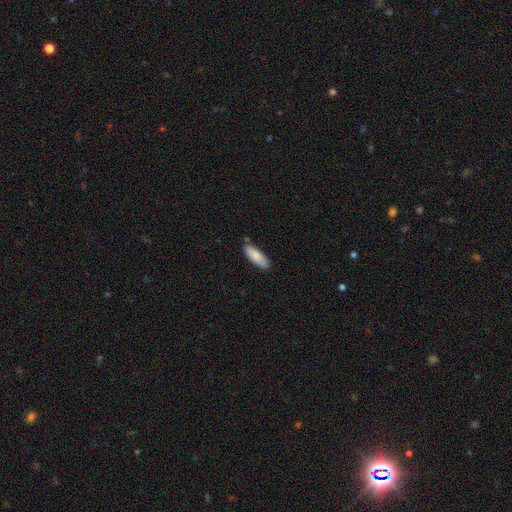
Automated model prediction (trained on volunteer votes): smooth-or-featured: smooth: 84% | featured or disk: 10% | star or artifact: 6%
  how-rounded: in between: 64% | cigar-shaped: 34% | round: 2%
  merging: none: 81% | minor disturbance: 15% | merger: 2% | major disturbance: 2%